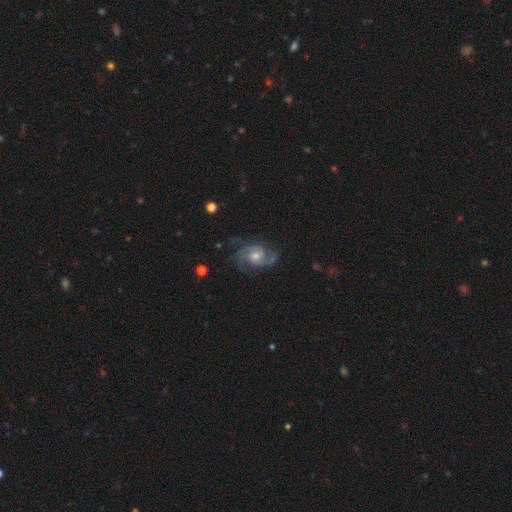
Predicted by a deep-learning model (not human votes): Overall: featured or disk (90%). Edge-on disk: no (98%). Bar: no (59%; weak 34%). Spiral arms: yes (98%). Spiral arm count: 2 (54%; 3 27%). Spiral winding: medium (52%; tight 37%). Bulge size: moderate (59%; small 34%). Merging: none (75%).